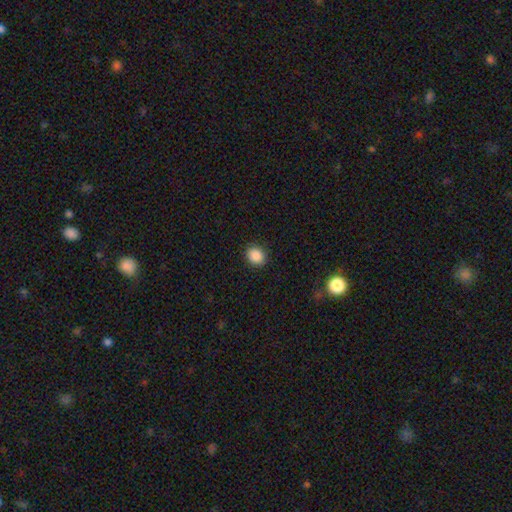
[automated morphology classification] smooth_or_featured: smooth (p=0.88) [alt: star or artifact p=0.09]
how_rounded: round (p=0.69) [alt: in between p=0.30]
merging: none (p=0.89) [alt: minor disturbance p=0.08]